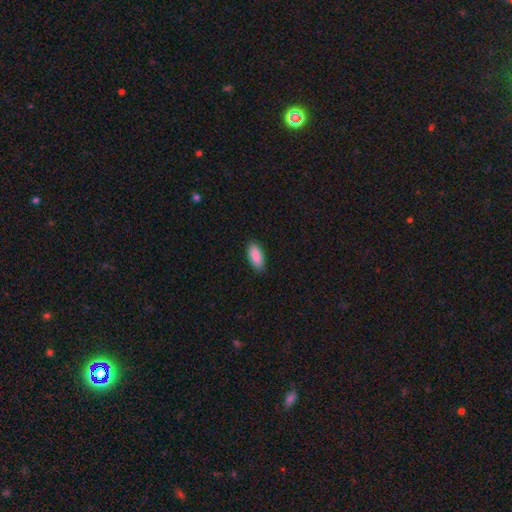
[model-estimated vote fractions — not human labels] smooth_or_featured: smooth (p=0.91) [alt: star or artifact p=0.06]
how_rounded: in between (p=0.87) [alt: cigar-shaped p=0.12]
merging: none (p=0.88) [alt: minor disturbance p=0.09]